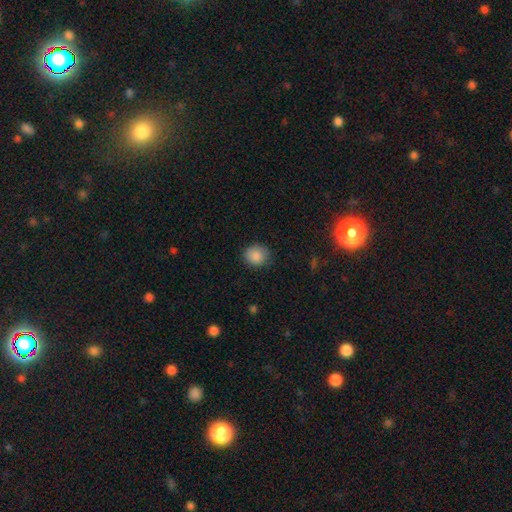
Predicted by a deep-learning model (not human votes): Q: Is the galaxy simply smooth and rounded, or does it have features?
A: smooth — 88%.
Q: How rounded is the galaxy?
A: round — 81%.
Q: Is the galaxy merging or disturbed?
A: none — 84%.